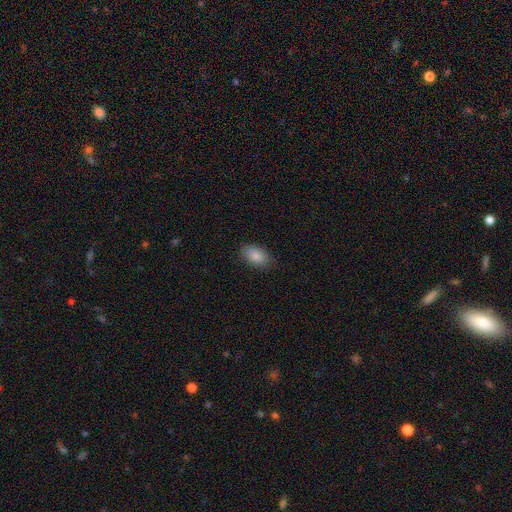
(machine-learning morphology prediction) type=smooth (87%); roundness=in between (91%); merging=none (85%).